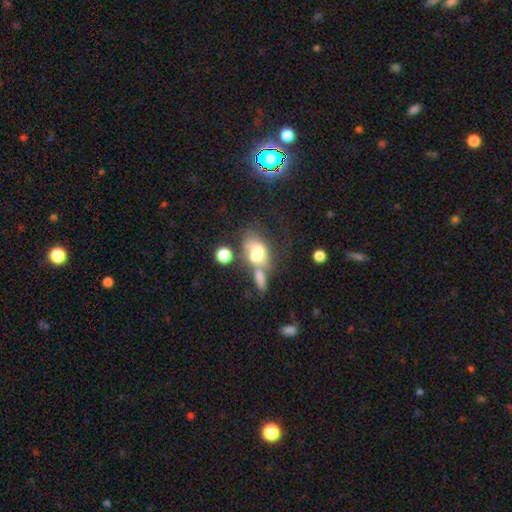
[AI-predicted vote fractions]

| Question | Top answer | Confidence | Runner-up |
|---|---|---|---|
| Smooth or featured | smooth | 58% | featured or disk (30%) |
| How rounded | in between | 74% | round (22%) |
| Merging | merger | 51% | none (25%) |